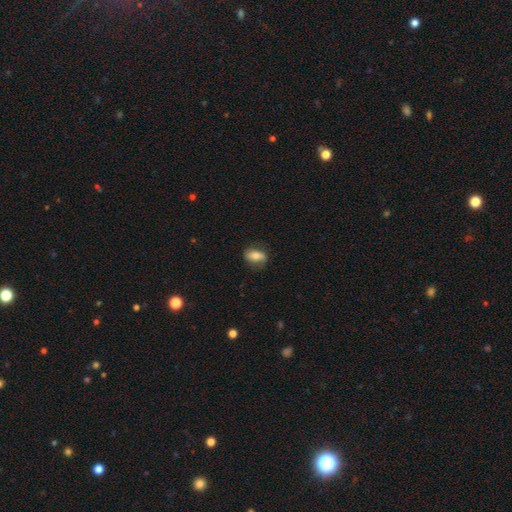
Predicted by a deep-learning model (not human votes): Smooth or featured?
  - smooth: 69% *
  - featured or disk: 23%
  - star or artifact: 8%
How rounded?
  - in between: 79% *
  - round: 16%
  - cigar-shaped: 5%
Merging?
  - none: 76% *
  - minor disturbance: 18%
  - major disturbance: 5%
  - merger: 1%